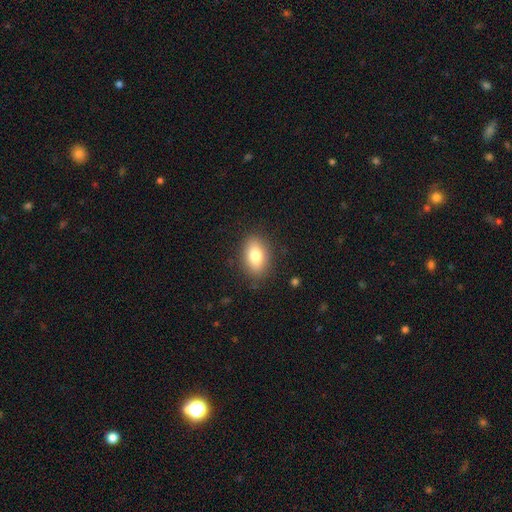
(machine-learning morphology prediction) Overall: smooth (79%). How rounded: in between (86%). Merging: none (85%).